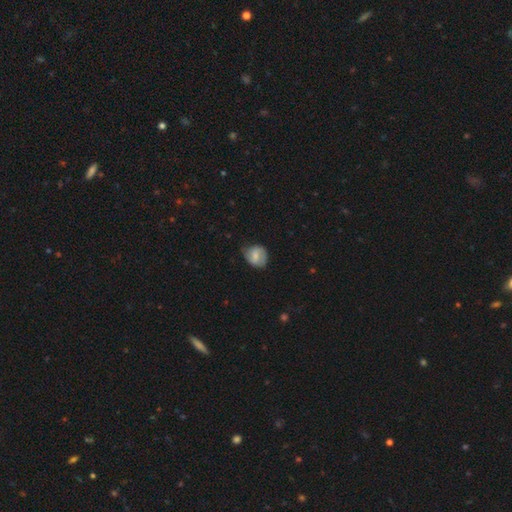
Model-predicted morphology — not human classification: Overall: smooth (61%; featured or disk 32%). How rounded: round (61%; in between 38%). Merging: none (63%; minor disturbance 28%).